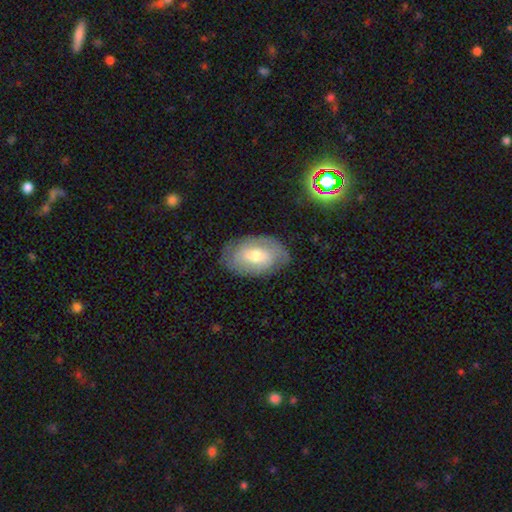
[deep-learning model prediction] This appears to be a smooth galaxy with no disk features (49%). Merging: none (76%).